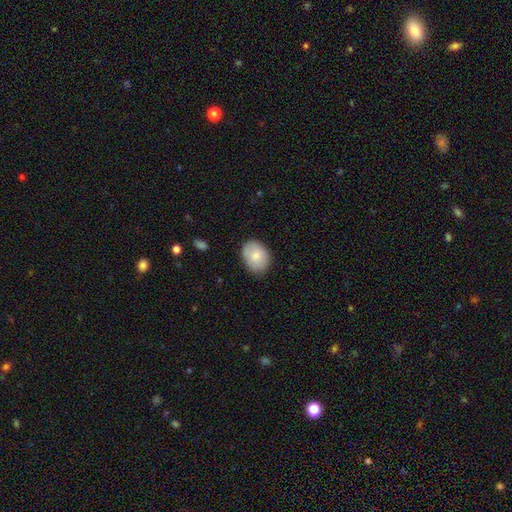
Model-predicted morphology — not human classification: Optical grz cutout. It shows a smooth galaxy with no disk features (81%) that is in between round and cigar-shaped (68%). Merging: none (79%).